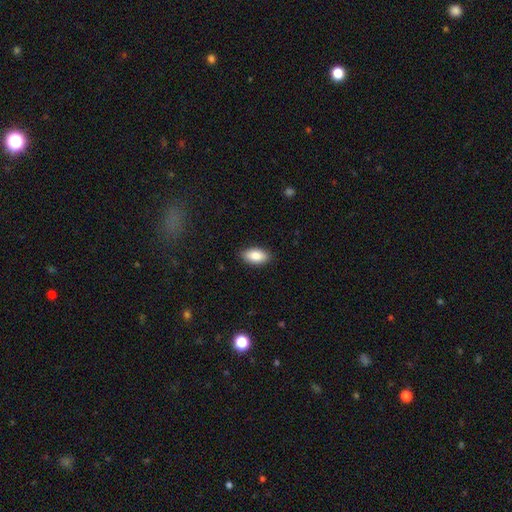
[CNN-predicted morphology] Smooth or featured? smooth (88%)
How rounded? in between (93%)
Merging? none (88%)